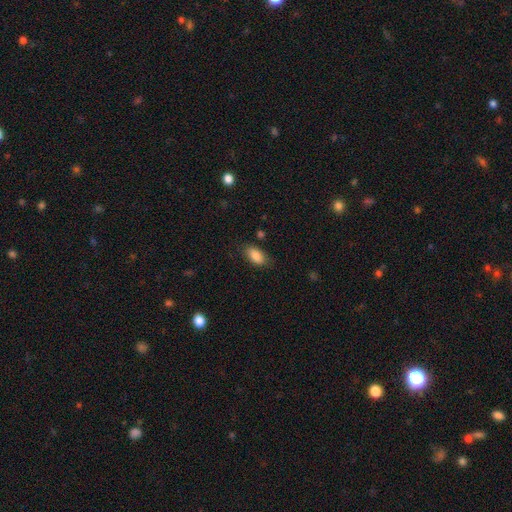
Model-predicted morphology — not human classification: smooth 87%, star or artifact 7%, featured or disk 6%. Down the decision tree: how rounded — in between (92%); merging — none (81%).